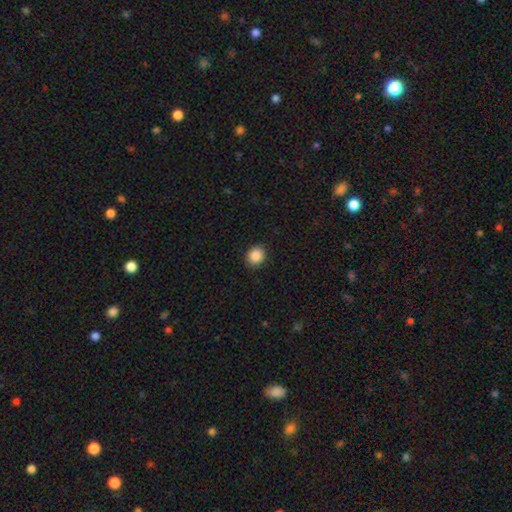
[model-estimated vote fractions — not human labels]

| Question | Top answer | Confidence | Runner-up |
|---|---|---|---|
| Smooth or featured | smooth | 89% | star or artifact (9%) |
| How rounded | round | 79% | in between (20%) |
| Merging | none | 89% | minor disturbance (8%) |